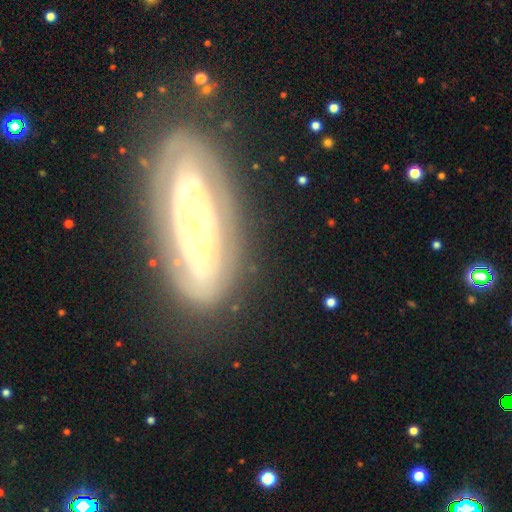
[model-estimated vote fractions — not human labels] Smooth or featured?
  - featured or disk: 82% *
  - smooth: 12%
  - star or artifact: 6%
Edge-on disk?
  - no: 86% *
  - yes: 14%
Bar?
  - no: 61% *
  - weak: 23%
  - strong: 15%
Spiral arms?
  - yes: 77% *
  - no: 23%
Spiral winding?
  - tight: 77% *
  - medium: 18%
  - loose: 6%
Spiral arm count?
  - can't tell: 50% *
  - 2: 25%
  - 3: 9%
  - 4: 5%
  - 1: 5%
  - more than 4: 5%
Bulge size?
  - moderate: 50% *
  - small: 32%
  - large: 14%
  - dominant: 3%
  - none: 2%
Merging?
  - none: 79% *
  - minor disturbance: 13%
  - major disturbance: 6%
  - merger: 2%